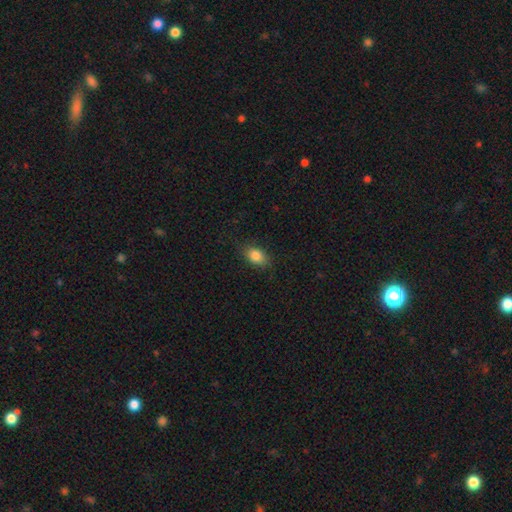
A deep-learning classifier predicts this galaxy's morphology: smooth-or-featured: smooth: 85% | star or artifact: 9% | featured or disk: 6%
  how-rounded: in between: 83% | round: 15% | cigar-shaped: 3%
  merging: none: 82% | minor disturbance: 14% | major disturbance: 4% | merger: 1%